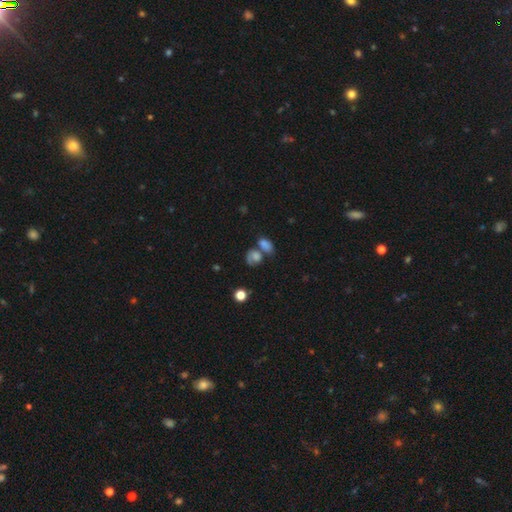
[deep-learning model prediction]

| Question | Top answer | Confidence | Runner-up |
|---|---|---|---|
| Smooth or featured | smooth | 60% | featured or disk (21%) |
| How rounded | in between | 49% | round (48%) |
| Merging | merger | 42% | none (40%) |